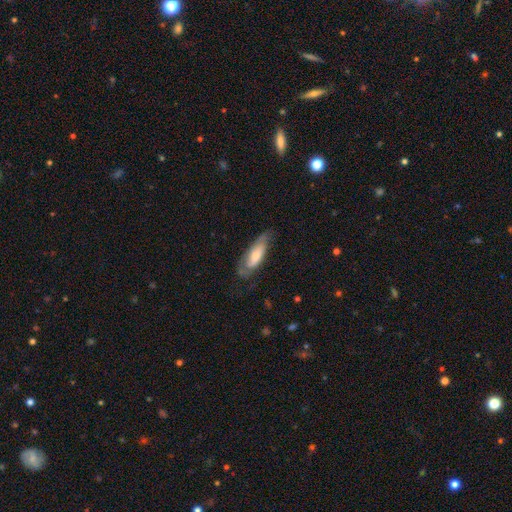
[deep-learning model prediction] A smooth galaxy with no disk features (51%) that is in between round and cigar-shaped (62%).

Vote fractions:
- Smooth or featured? smooth: 51% / featured or disk: 43% / star or artifact: 6%
- How rounded? in between: 62% / cigar-shaped: 36% / round: 2%
- Merging? none: 57% / minor disturbance: 28% / major disturbance: 13% / merger: 2%